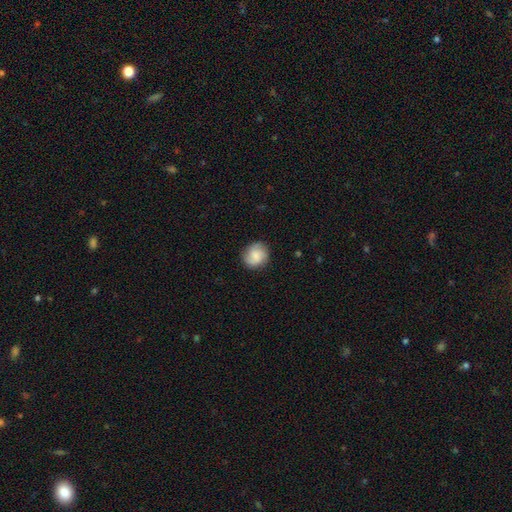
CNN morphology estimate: This is likely a smooth galaxy (68%). How rounded: clearly round (82%). Merging: clearly none (84%).